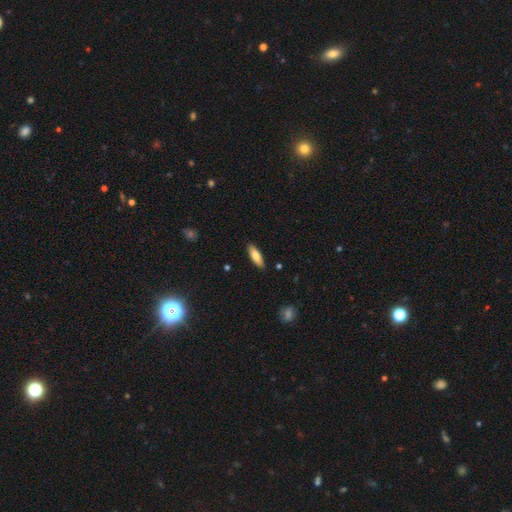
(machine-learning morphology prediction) This is likely a smooth galaxy (76%). How rounded: possibly in between (53%). Merging: clearly none (88%).